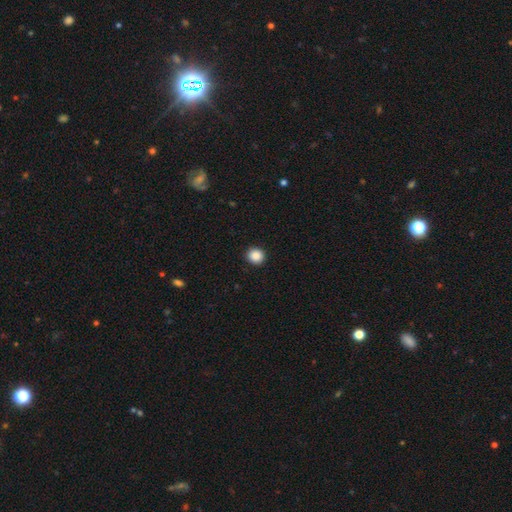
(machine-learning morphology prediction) A smooth galaxy with no disk features (88%) that is round (90%). Merging: none (92%).